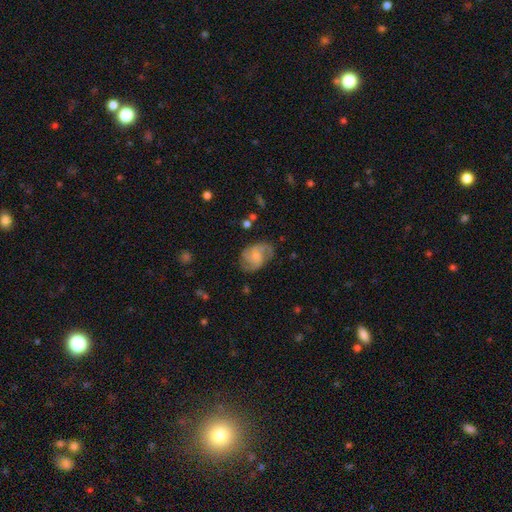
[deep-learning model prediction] A featured or disk galaxy (74%) with no bar (53%), 3 (39%) medium (51%) spiral arms (93%) and a small central bulge (41%).

Vote fractions:
- Smooth or featured? featured or disk: 74% / smooth: 19% / star or artifact: 7%
- Edge-on disk? no: 98% / yes: 2%
- Bar? no: 53% / weak: 39% / strong: 7%
- Spiral arms? yes: 93% / no: 7%
- Spiral winding? medium: 51% / tight: 27% / loose: 22%
- Spiral arm count? 3: 39% / 2: 22% / can't tell: 17% / 4: 12% / 1: 5% / more than 4: 5%
- Bulge size? small: 41% / moderate: 28% / none: 26% / large: 4% / dominant: 1%
- Merging? none: 65% / minor disturbance: 21% / major disturbance: 12% / merger: 2%